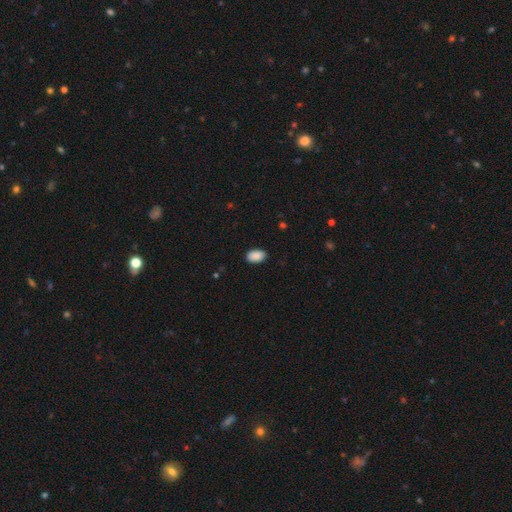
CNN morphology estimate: Overall: smooth (90%). How rounded: in between (92%). Merging: none (87%).